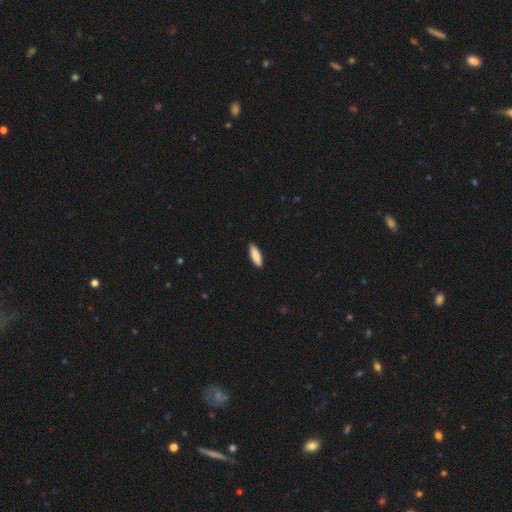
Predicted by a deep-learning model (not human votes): This appears to be a smooth galaxy with no disk features (88%) that is in between round and cigar-shaped (58%). Merging: none (89%).